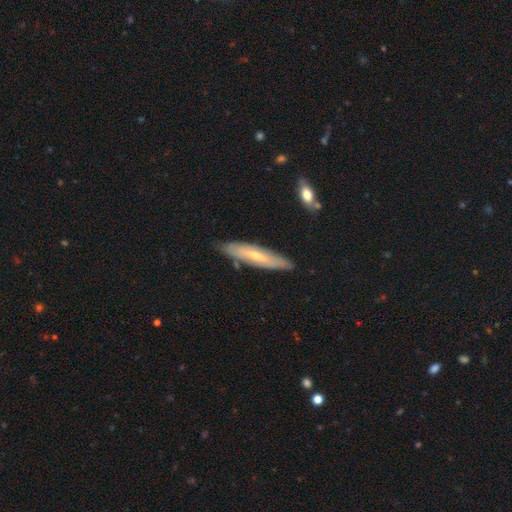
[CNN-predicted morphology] featured or disk 55%, smooth 39%, star or artifact 6%. Down the decision tree: edge-on disk — yes (62%); merging — none (83%).